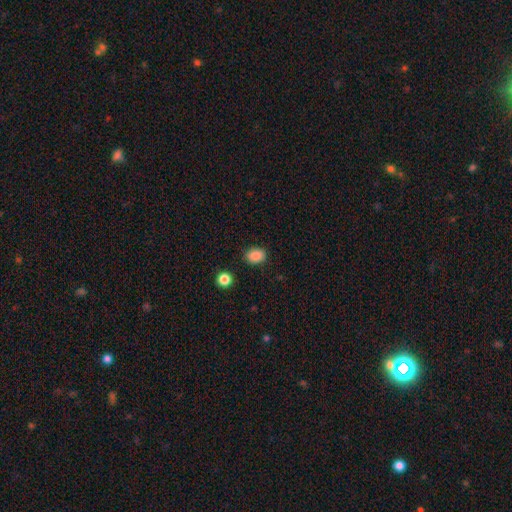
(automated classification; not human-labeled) smooth-or-featured: smooth: 88% | star or artifact: 9% | featured or disk: 3%
  how-rounded: in between: 71% | round: 28% | cigar-shaped: 1%
  merging: none: 85% | minor disturbance: 10% | major disturbance: 3% | merger: 2%